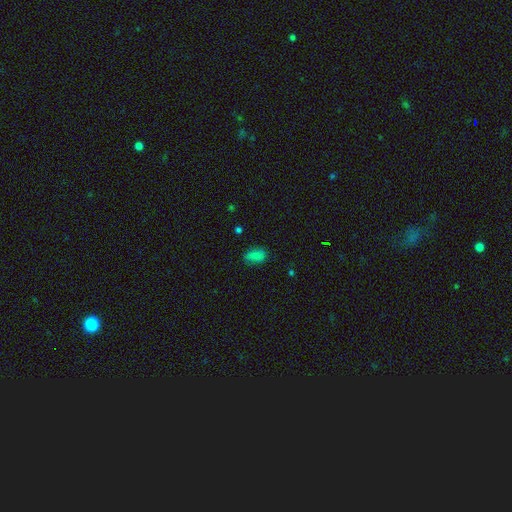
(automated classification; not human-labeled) A smooth galaxy with no disk features (80%) that is in between round and cigar-shaped (89%). Merging: none (75%).